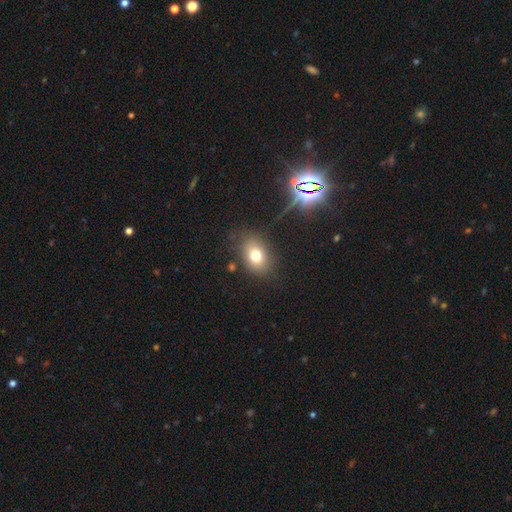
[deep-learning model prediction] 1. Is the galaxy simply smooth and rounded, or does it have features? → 73% smooth, 14% star or artifact, 13% featured or disk.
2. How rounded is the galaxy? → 73% in between, 26% round, 1% cigar-shaped.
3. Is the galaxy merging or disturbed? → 79% none, 14% minor disturbance, 5% major disturbance, 3% merger.